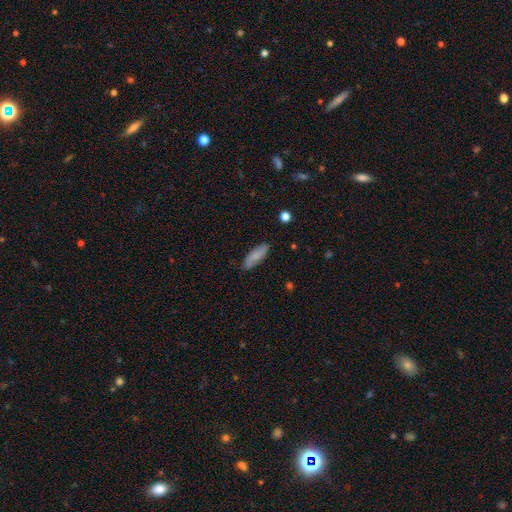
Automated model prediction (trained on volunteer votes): Q: Smooth or featured?
A: smooth (77%); runner-up: featured or disk (16%)
Q: How rounded?
A: in between (58%); runner-up: cigar-shaped (40%)
Q: Merging?
A: none (83%); runner-up: minor disturbance (14%)